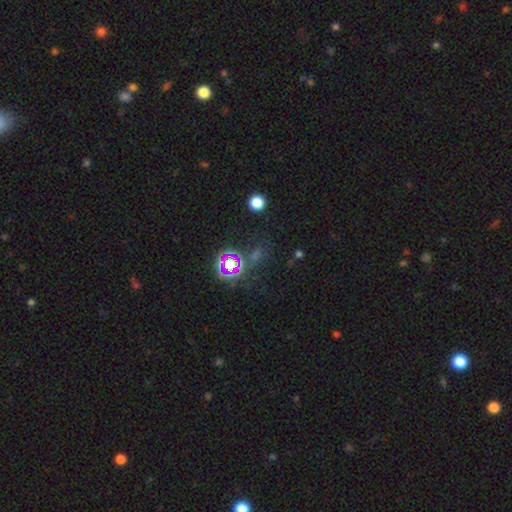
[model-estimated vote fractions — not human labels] smooth_or_featured: star or artifact (p=0.69) [alt: smooth p=0.22]